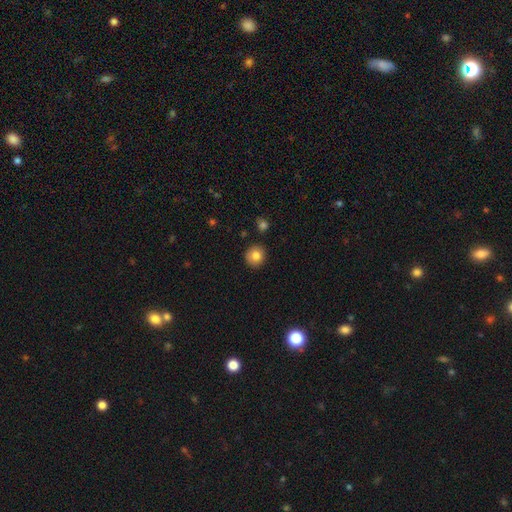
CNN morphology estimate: Smooth or featured? smooth (82%)
How rounded? round (91%)
Merging? none (89%)